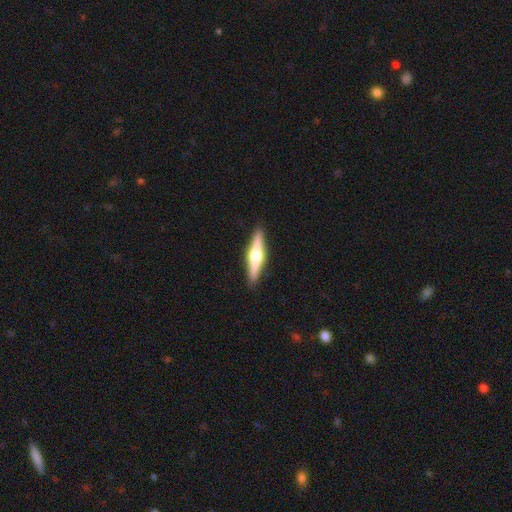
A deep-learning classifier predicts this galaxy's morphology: The model was most divided on "smooth or featured": featured or disk: 66%, smooth: 29%, star or artifact: 5%. More confident: edge-on disk — yes (97%); edge-on bulge — rounded (94%); merging — none (91%).